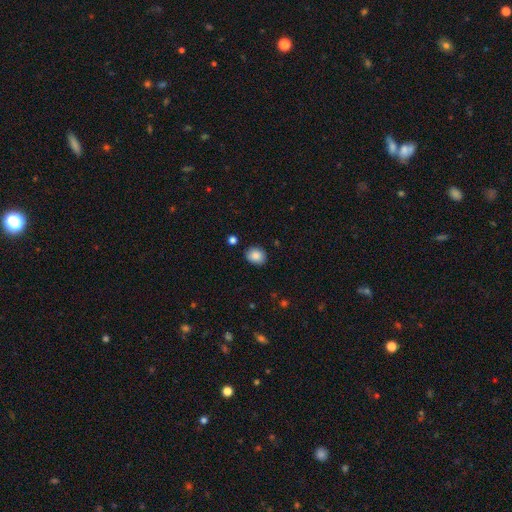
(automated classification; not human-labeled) Q: Smooth or featured?
A: smooth (87%); runner-up: star or artifact (9%)
Q: How rounded?
A: round (52%); runner-up: in between (47%)
Q: Merging?
A: none (86%); runner-up: minor disturbance (9%)